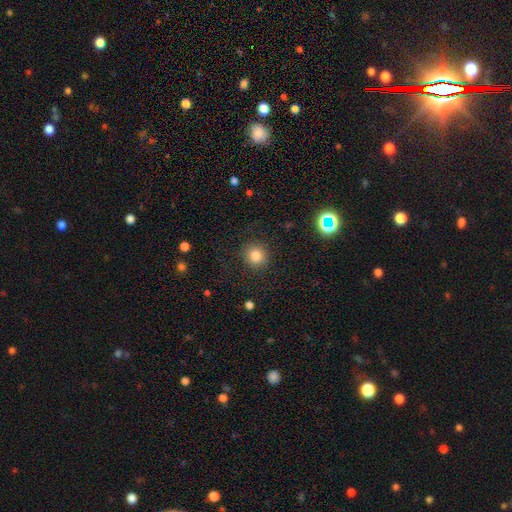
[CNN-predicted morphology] Smooth or featured? Predicted: smooth (p=0.83). How rounded? Predicted: round (p=0.89). Merging? Predicted: none (p=0.88).